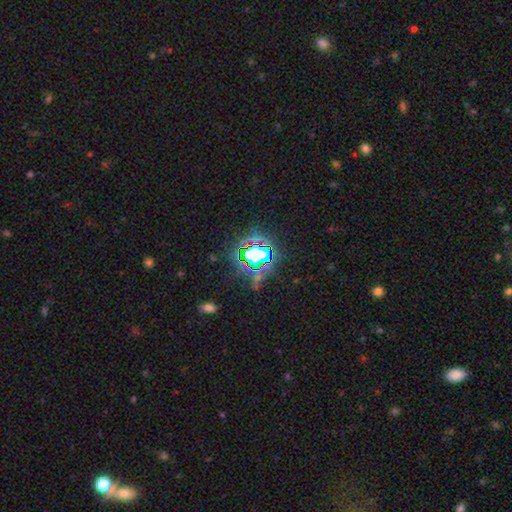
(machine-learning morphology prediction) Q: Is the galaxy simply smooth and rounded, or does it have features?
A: star or artifact — 75%.